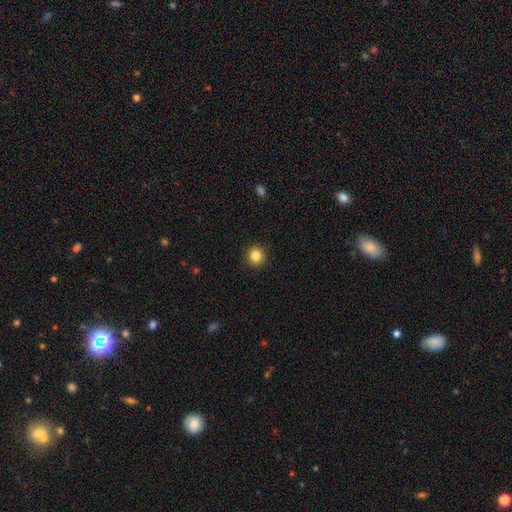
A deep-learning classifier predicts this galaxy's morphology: Smooth or featured? Predicted: smooth (p=0.85). How rounded? Predicted: round (p=0.92). Merging? Predicted: none (p=0.92).